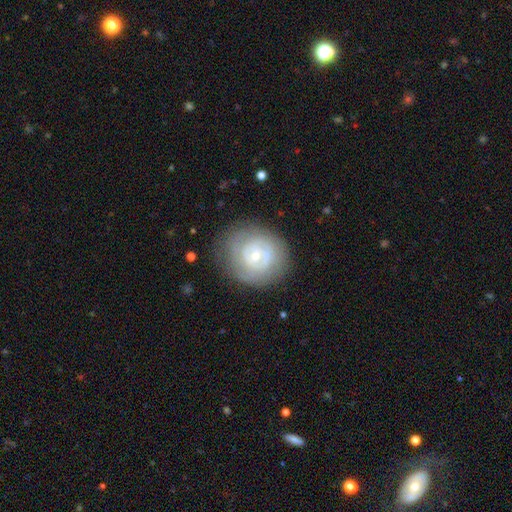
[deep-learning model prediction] Q: Smooth or featured?
A: featured or disk (61%); runner-up: smooth (32%)
Q: Edge-on disk?
A: no (96%); runner-up: yes (4%)
Q: Bar?
A: no (76%); runner-up: weak (19%)
Q: Spiral arms?
A: yes (50%); tied with: no (50%)
Q: Bulge size?
A: small (65%); runner-up: moderate (31%)
Q: Merging?
A: none (76%); runner-up: minor disturbance (15%)